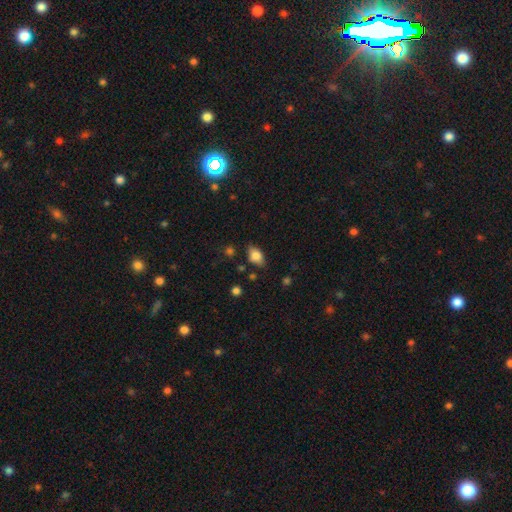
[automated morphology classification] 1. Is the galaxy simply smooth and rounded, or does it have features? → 80% smooth, 11% featured or disk, 9% star or artifact.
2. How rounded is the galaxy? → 85% in between, 13% round, 3% cigar-shaped.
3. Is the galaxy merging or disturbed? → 77% none, 17% minor disturbance, 3% major disturbance, 2% merger.